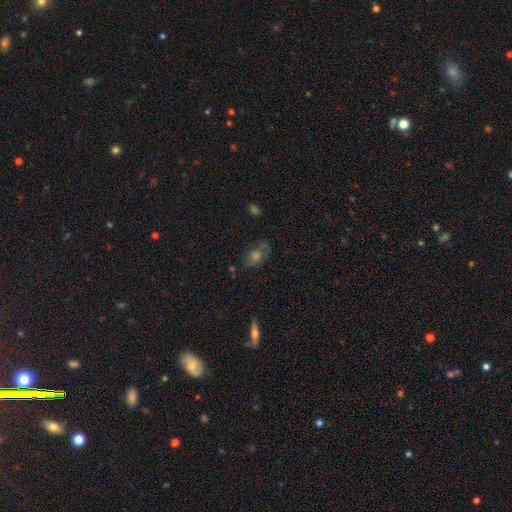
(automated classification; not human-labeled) This appears to be a smooth galaxy with no disk features (40%). Merging: none (68%).